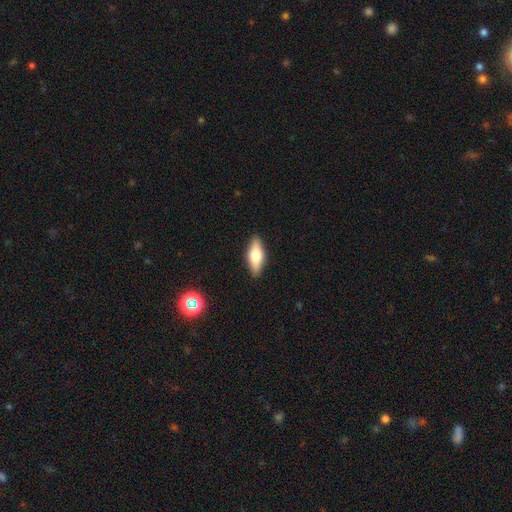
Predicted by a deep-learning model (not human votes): Overall: smooth (63%; featured or disk 30%). How rounded: in between (72%). Merging: none (89%).